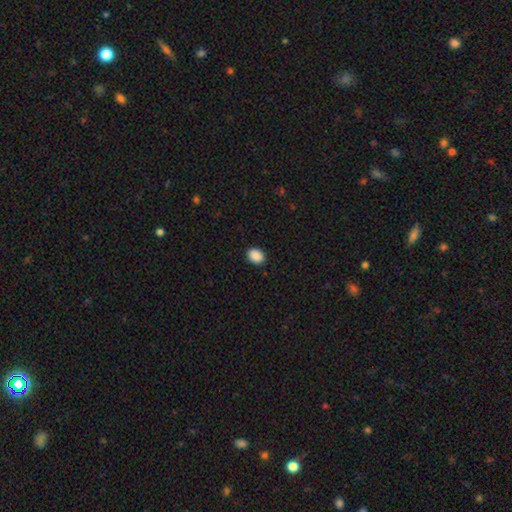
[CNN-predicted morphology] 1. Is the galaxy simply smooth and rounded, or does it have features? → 90% smooth, 8% star or artifact, 2% featured or disk.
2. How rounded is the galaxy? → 62% in between, 37% round, 1% cigar-shaped.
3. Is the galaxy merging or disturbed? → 90% none, 7% minor disturbance, 2% major disturbance, 1% merger.